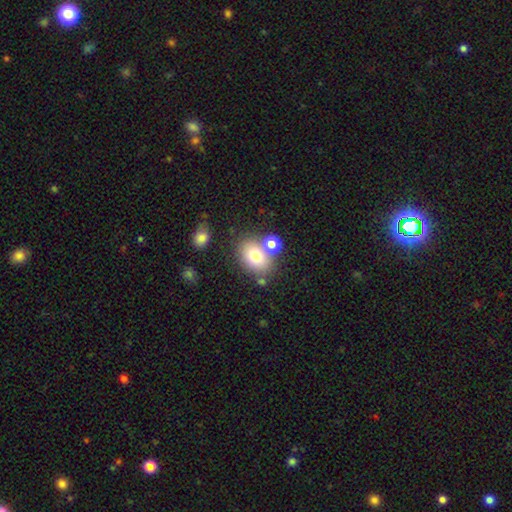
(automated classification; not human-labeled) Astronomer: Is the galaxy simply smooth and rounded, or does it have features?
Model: smooth — 75%.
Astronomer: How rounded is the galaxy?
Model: in between — 67%.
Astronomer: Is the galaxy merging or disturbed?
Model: none — 61%.